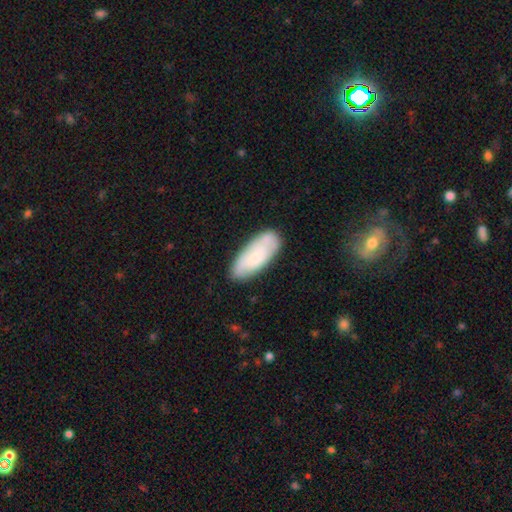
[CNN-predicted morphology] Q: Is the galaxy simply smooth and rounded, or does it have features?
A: smooth — 67%.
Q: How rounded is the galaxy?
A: in between — 81%.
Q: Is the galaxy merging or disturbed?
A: none — 76%.